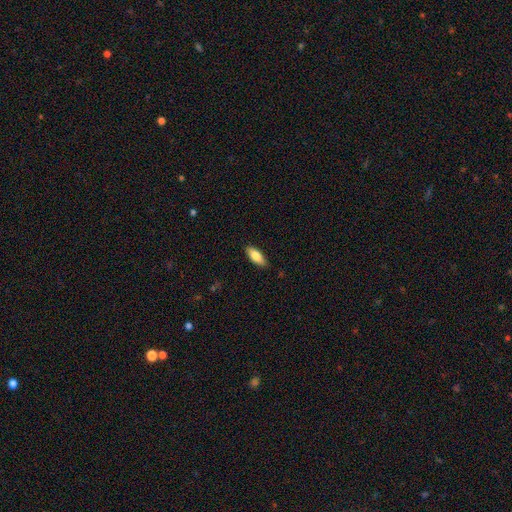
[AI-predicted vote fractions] The model was most divided on "how rounded": in between: 75%, cigar-shaped: 23%, round: 2%. More confident: merging — none (87%); smooth or featured — smooth (81%).